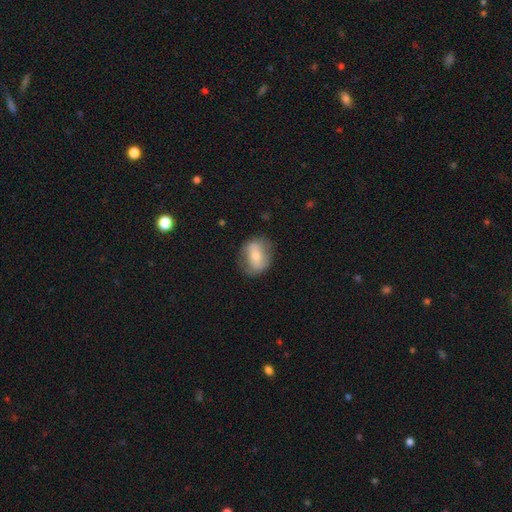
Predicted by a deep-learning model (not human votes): A smooth galaxy with no disk features (55%) that is in between round and cigar-shaped (53%).

Vote fractions:
- Smooth or featured? smooth: 55% / featured or disk: 38% / star or artifact: 7%
- How rounded? in between: 53% / round: 45% / cigar-shaped: 2%
- Merging? none: 74% / minor disturbance: 18% / major disturbance: 7% / merger: 1%